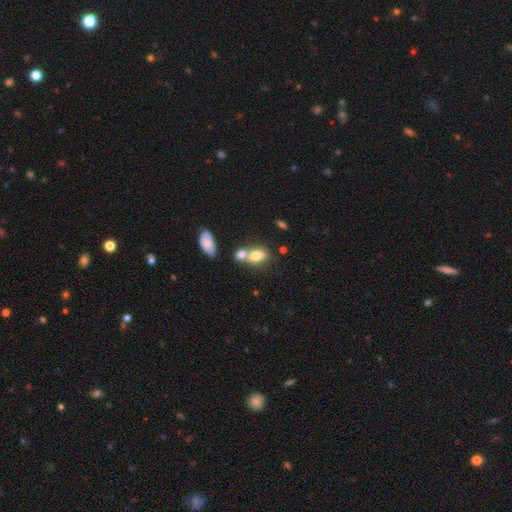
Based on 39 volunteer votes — A smooth galaxy with no disk features (69%) that is in between round and cigar-shaped (85%).

Vote fractions:
- Smooth or featured? smooth: 69% / featured or disk: 21% / star or artifact: 10%
- How rounded? in between: 85% / round: 11% / cigar-shaped: 4%
- Merging? merger: 49% / minor disturbance: 31% / none: 14% / major disturbance: 6%